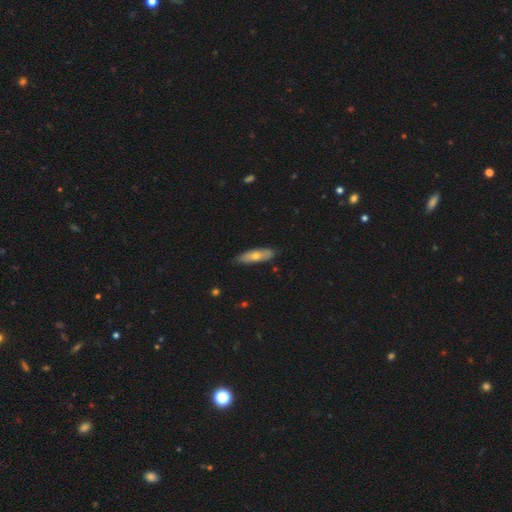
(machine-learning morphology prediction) Smooth or featured? Predicted: smooth (p=0.58). How rounded? Predicted: cigar-shaped (p=0.61). Merging? Predicted: none (p=0.86).